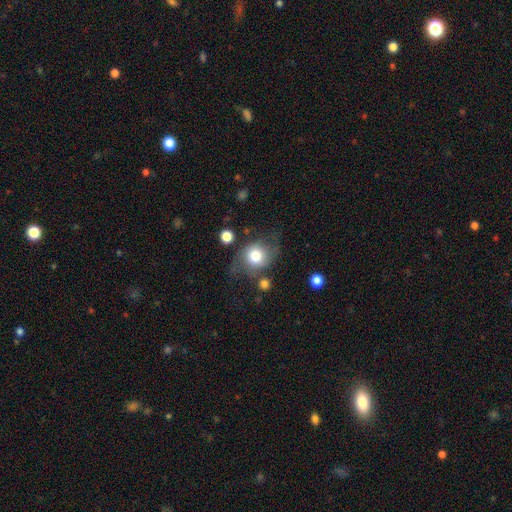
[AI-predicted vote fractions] A smooth galaxy with no disk features (65%) that is round (66%). Merging: none (50%).